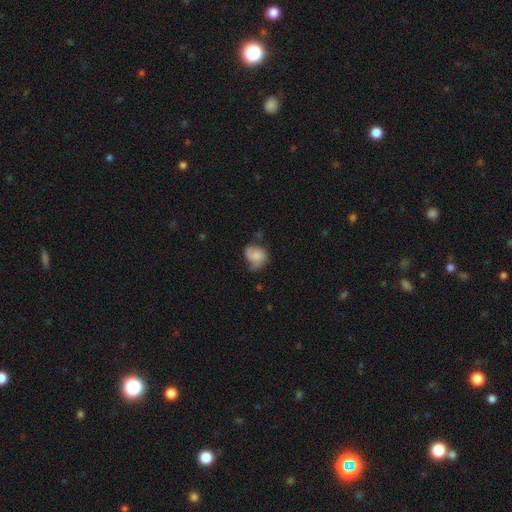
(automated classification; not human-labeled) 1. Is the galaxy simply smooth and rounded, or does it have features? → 60% smooth, 31% featured or disk, 9% star or artifact.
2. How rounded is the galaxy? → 51% round, 48% in between, 1% cigar-shaped.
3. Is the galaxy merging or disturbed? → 39% none, 34% minor disturbance, 22% major disturbance, 4% merger.